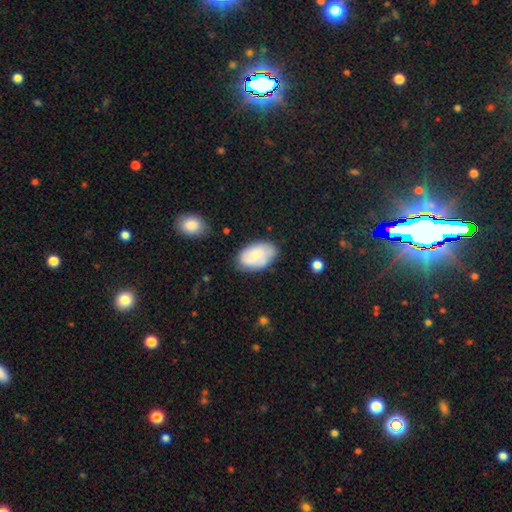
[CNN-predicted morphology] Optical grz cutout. It shows a smooth galaxy with no disk features (58%) that is in between round and cigar-shaped (91%). Merging: none (71%).